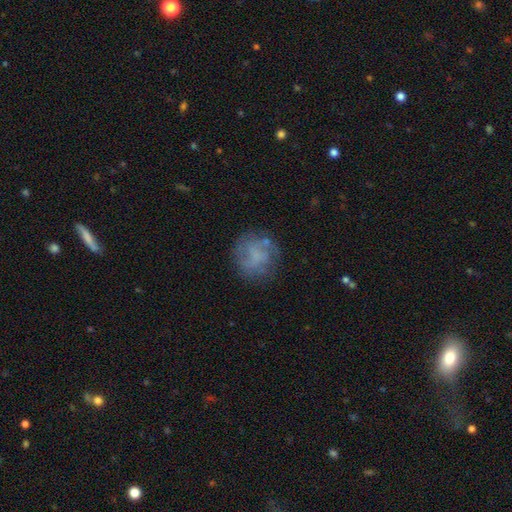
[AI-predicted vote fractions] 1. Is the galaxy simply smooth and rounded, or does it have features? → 46% smooth, 43% featured or disk, 10% star or artifact.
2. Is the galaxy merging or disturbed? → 66% none, 19% minor disturbance, 12% major disturbance, 3% merger.